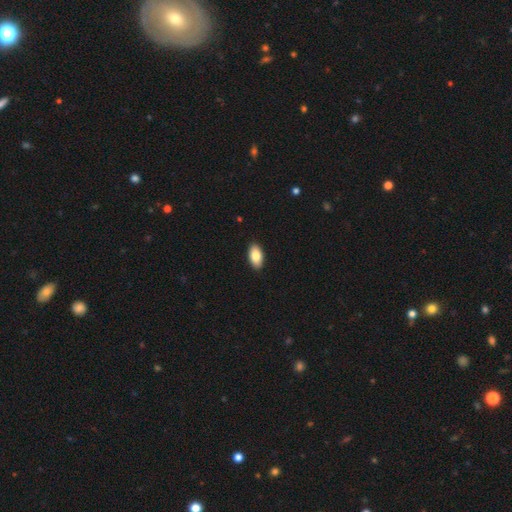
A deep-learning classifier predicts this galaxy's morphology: type=smooth (83%); roundness=in between (94%); merging=none (91%).